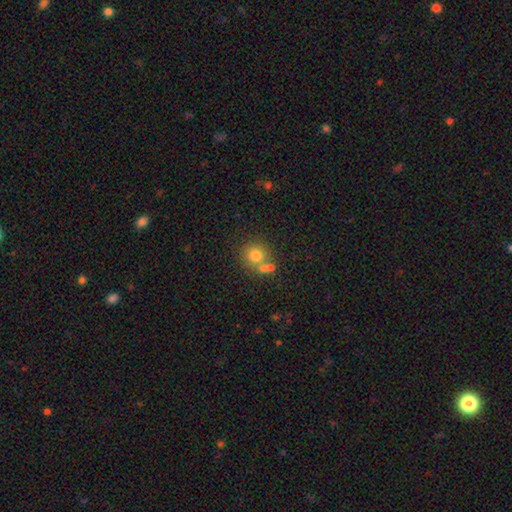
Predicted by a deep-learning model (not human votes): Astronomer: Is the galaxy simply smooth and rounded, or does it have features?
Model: smooth — 76%.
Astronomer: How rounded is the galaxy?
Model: round — 88%.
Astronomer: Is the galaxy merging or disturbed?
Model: none — 56%.